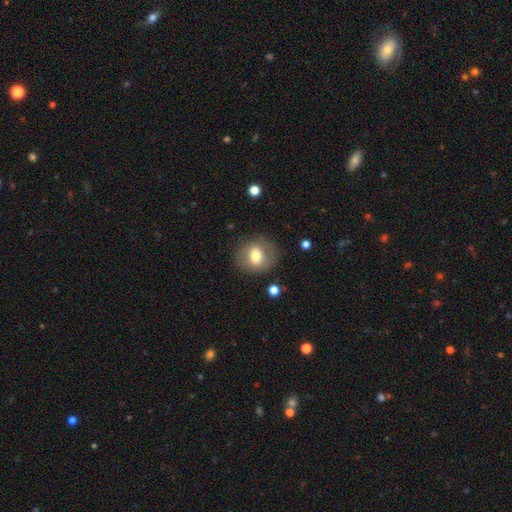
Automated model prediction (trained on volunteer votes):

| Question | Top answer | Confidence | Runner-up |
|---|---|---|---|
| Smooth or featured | smooth | 68% | featured or disk (23%) |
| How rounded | round | 71% | in between (28%) |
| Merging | none | 81% | minor disturbance (12%) |